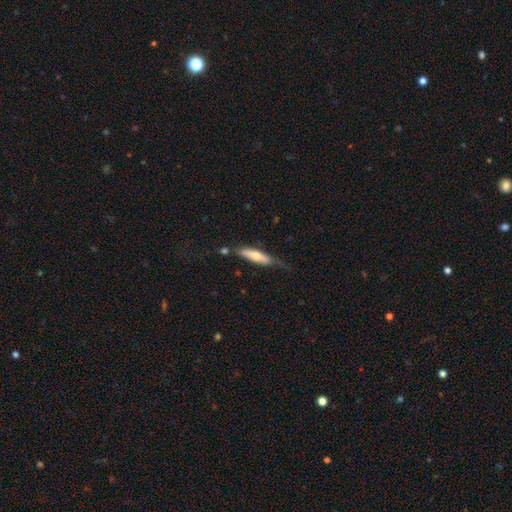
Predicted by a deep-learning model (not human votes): smooth-or-featured: smooth: 60% | featured or disk: 34% | star or artifact: 6%
  how-rounded: cigar-shaped: 73% | in between: 26% | round: 2%
  merging: none: 49% | minor disturbance: 31% | major disturbance: 13% | merger: 6%